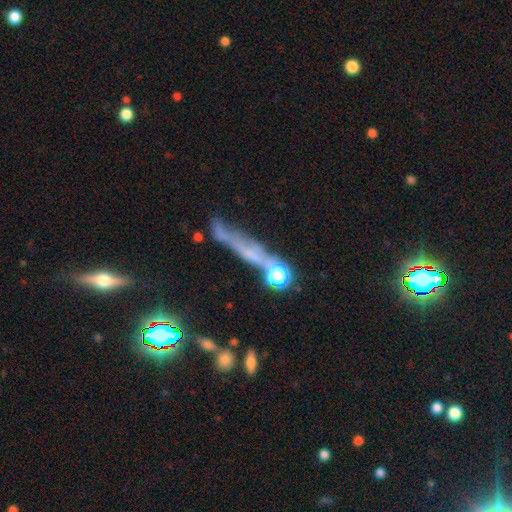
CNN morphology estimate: Smooth or featured: featured or disk — 41% (smooth — 35%)
Merging: none — 50% (minor disturbance — 21%)